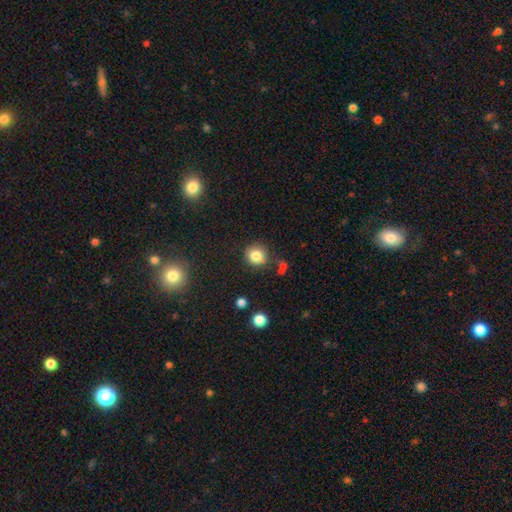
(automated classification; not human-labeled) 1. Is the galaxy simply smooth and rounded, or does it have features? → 83% smooth, 11% star or artifact, 6% featured or disk.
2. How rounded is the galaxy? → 89% round, 10% in between, 1% cigar-shaped.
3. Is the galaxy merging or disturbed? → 78% none, 13% minor disturbance, 5% merger, 4% major disturbance.